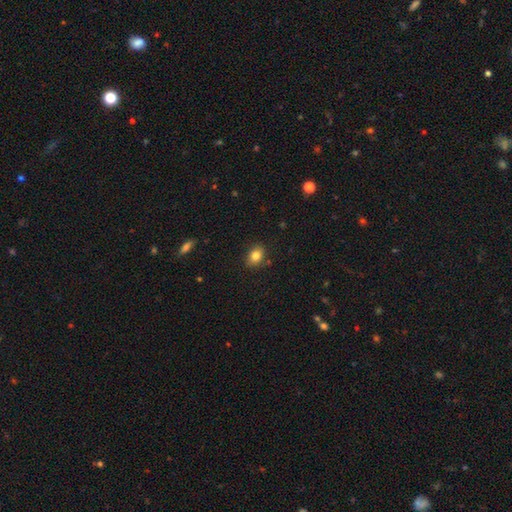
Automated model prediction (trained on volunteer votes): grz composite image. It shows a smooth galaxy with no disk features (82%) that is in between round and cigar-shaped (60%). Merging: none (84%).